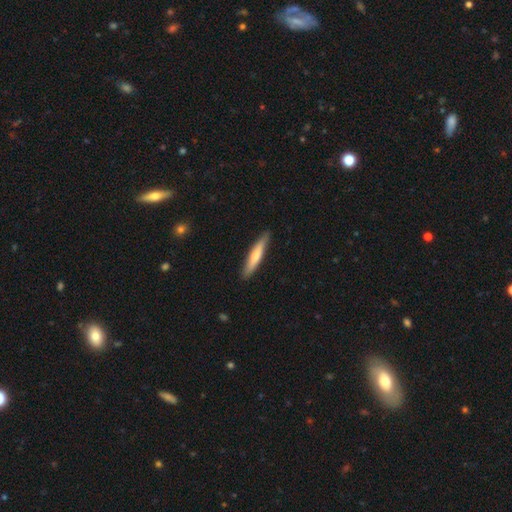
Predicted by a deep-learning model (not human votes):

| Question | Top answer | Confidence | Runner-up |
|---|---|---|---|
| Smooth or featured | smooth | 63% | featured or disk (32%) |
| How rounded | cigar-shaped | 89% | in between (10%) |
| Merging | none | 89% | minor disturbance (9%) |